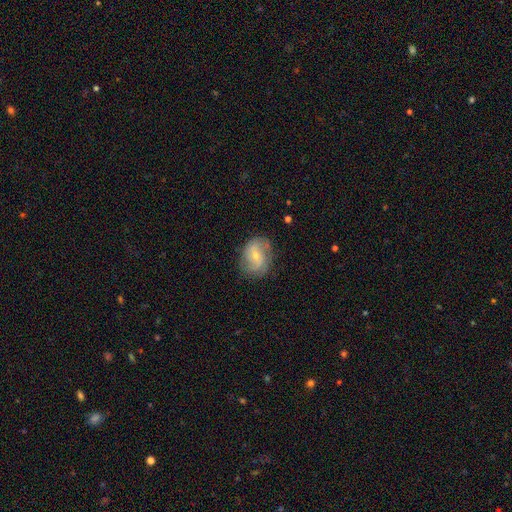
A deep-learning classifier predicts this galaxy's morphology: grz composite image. It shows a featured or disk galaxy (67%) with no bar (52%), 2 (62%) medium (43%) spiral arms (87%) and a small central bulge (57%). Merging: none (73%).